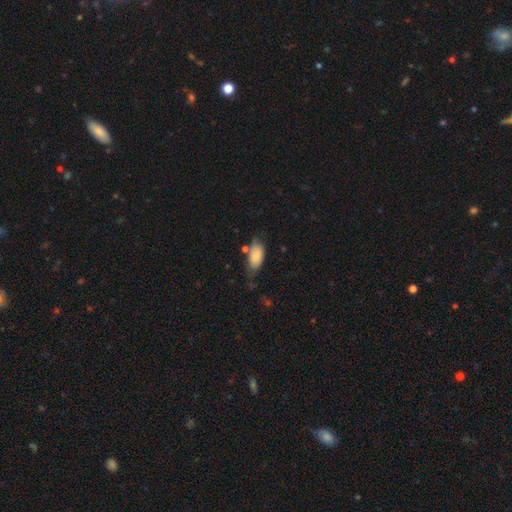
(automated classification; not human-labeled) Smooth or featured?
  - smooth: 84% *
  - featured or disk: 10%
  - star or artifact: 7%
How rounded?
  - in between: 92% *
  - cigar-shaped: 5%
  - round: 3%
Merging?
  - none: 52% *
  - minor disturbance: 31%
  - major disturbance: 9%
  - merger: 8%